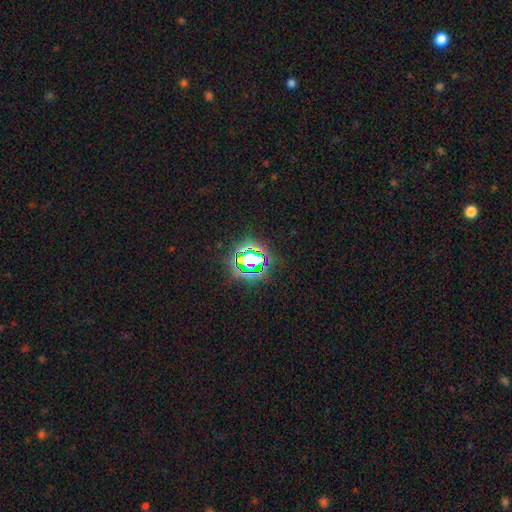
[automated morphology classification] The model was most divided on "smooth or featured": star or artifact: 71%, smooth: 18%, featured or disk: 12%.